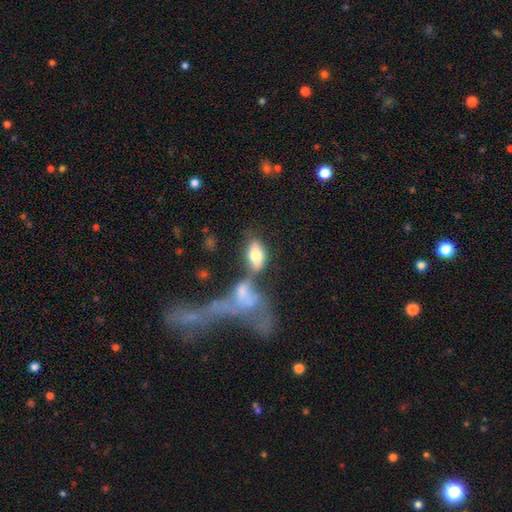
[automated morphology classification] A smooth galaxy with no disk features (70%) that is in between round and cigar-shaped (90%). Merging: merger (39%).